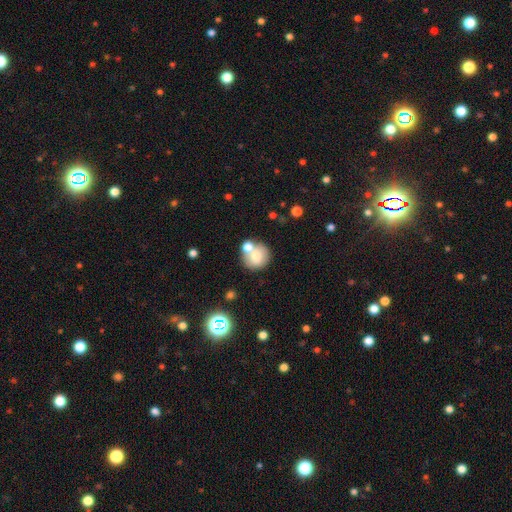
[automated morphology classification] Smooth or featured: smooth — 72% (featured or disk — 19%)
How rounded: round — 87% (in between — 12%)
Merging: none — 56% (merger — 29%)